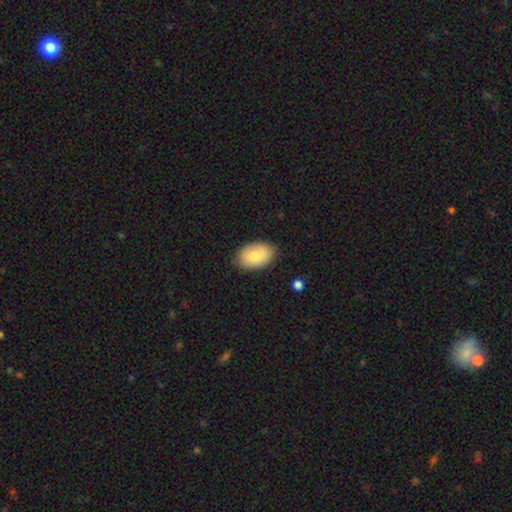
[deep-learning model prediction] Smooth or featured: smooth — 83% (featured or disk — 11%)
How rounded: in between — 91% (round — 8%)
Merging: none — 84% (minor disturbance — 12%)